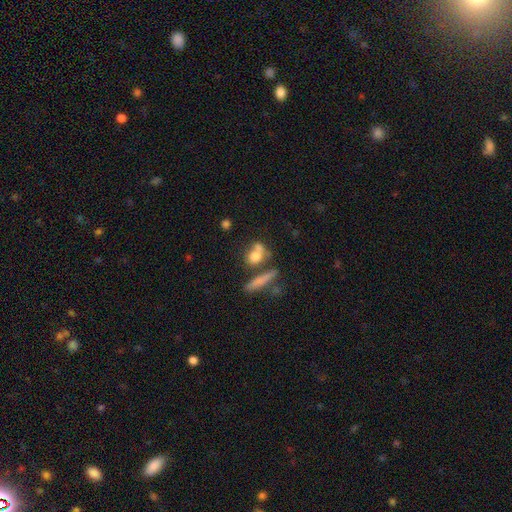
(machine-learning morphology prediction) smooth_or_featured: smooth (p=0.72) [alt: featured or disk p=0.18]
how_rounded: round (p=0.47) [alt: in between p=0.35]
merging: none (p=0.45) [alt: merger p=0.33]